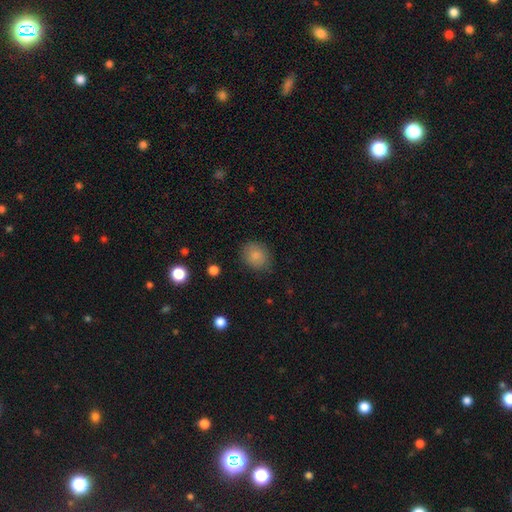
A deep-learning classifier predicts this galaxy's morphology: smooth 84%, star or artifact 9%, featured or disk 6%. Down the decision tree: how rounded — round (65%); merging — none (82%).